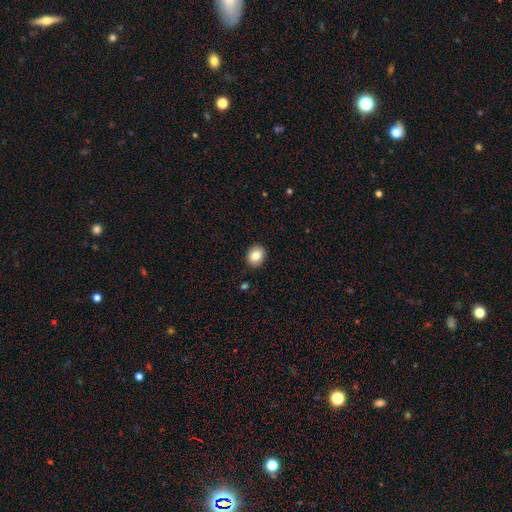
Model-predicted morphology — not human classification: Q: Smooth or featured?
A: smooth (81%); runner-up: featured or disk (10%)
Q: How rounded?
A: round (65%); runner-up: in between (34%)
Q: Merging?
A: none (90%); runner-up: minor disturbance (7%)